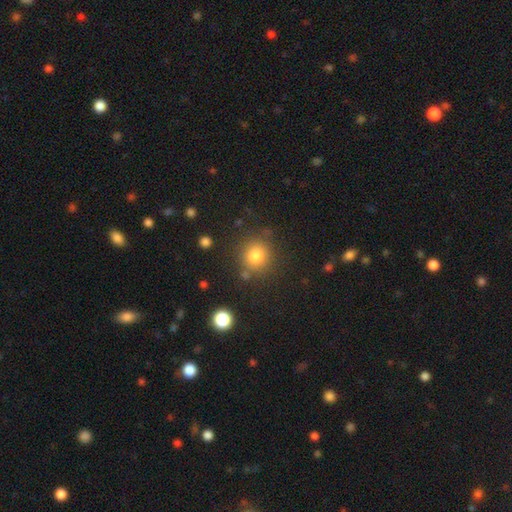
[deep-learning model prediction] Smooth or featured? smooth (80%)
How rounded? round (89%)
Merging? none (81%)